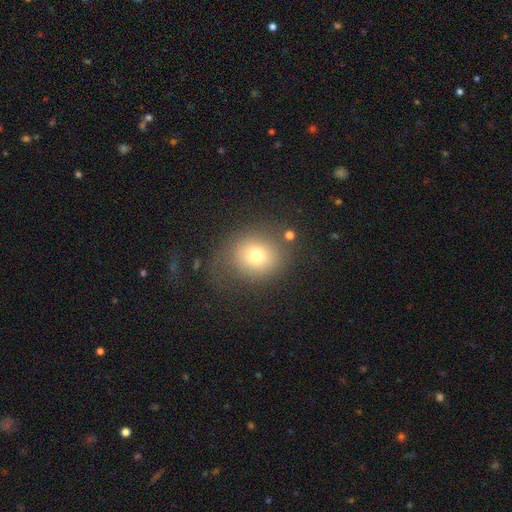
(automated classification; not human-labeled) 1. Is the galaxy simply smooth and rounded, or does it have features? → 70% smooth, 16% featured or disk, 14% star or artifact.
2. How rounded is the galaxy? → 77% round, 22% in between, 1% cigar-shaped.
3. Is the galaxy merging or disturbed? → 62% none, 19% minor disturbance, 15% major disturbance, 4% merger.